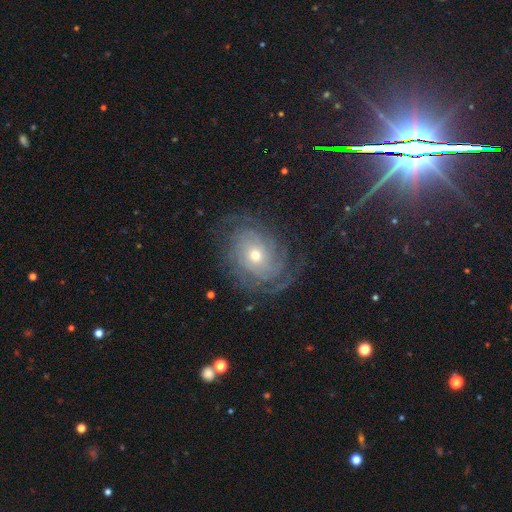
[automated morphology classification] The model was most divided on "bulge size": moderate: 50%, small: 45%, large: 3%, none: 1%, dominant: 1%. Remaining: edge-on disk — no (96%); spiral arms — yes (94%); smooth or featured — featured or disk (82%); bar — no (79%); merging — none (74%); spiral winding — tight (73%); spiral arm count — can't tell (40%).